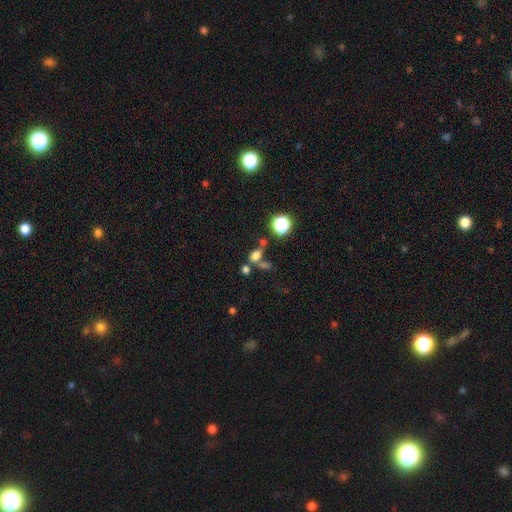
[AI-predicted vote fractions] Smooth or featured? Predicted: smooth (p=0.67). How rounded? Predicted: in between (p=0.59). Merging? Predicted: none (p=0.45).